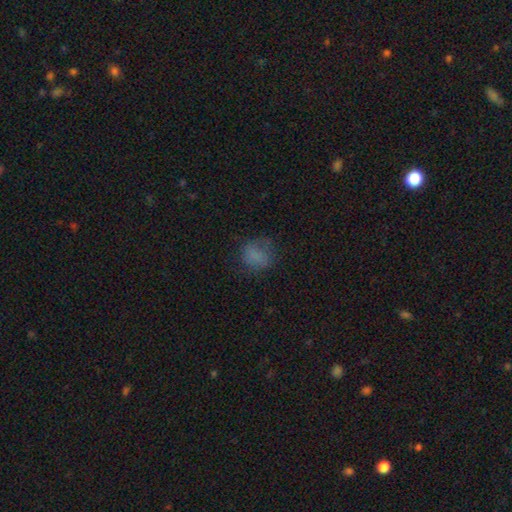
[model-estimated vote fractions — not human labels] Smooth or featured? Predicted: smooth (p=0.71). How rounded? Predicted: round (p=0.61). Merging? Predicted: none (p=0.62).